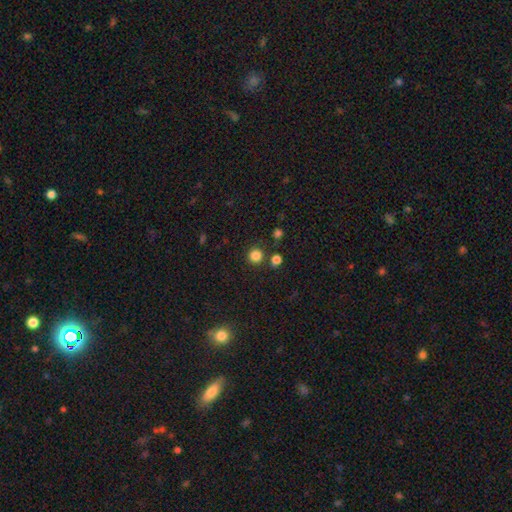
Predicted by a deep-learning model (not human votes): Smooth or featured: smooth — 83% (star or artifact — 14%)
How rounded: round — 94% (in between — 5%)
Merging: none — 84% (merger — 7%)